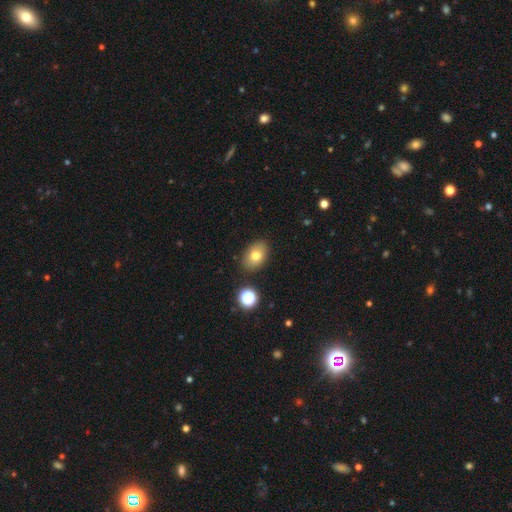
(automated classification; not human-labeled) This is likely a smooth galaxy (75%). How rounded: clearly in between (81%). Merging: clearly none (84%).